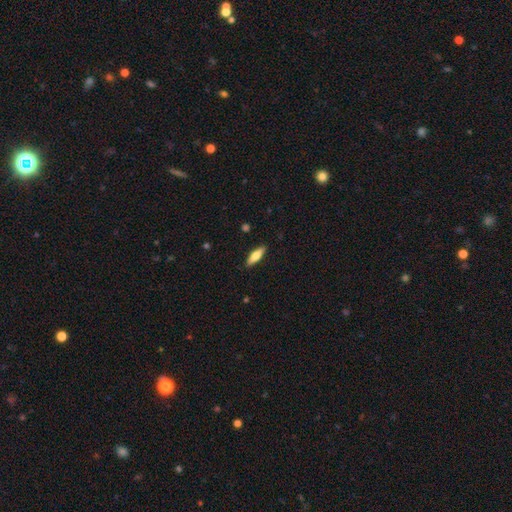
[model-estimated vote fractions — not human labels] smooth_or_featured: smooth (p=0.70) [alt: featured or disk p=0.24]
how_rounded: cigar-shaped (p=0.56) [alt: in between p=0.42]
merging: none (p=0.89) [alt: minor disturbance p=0.08]